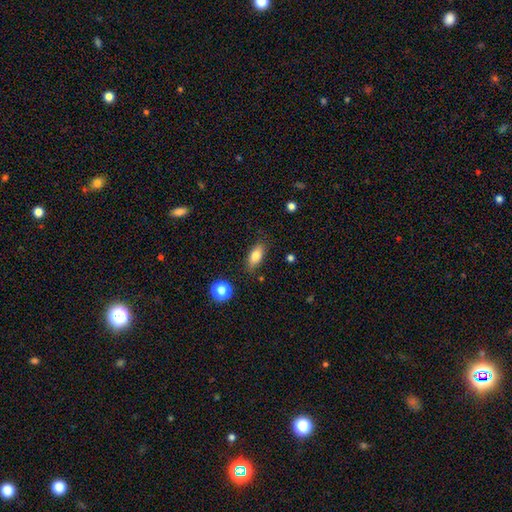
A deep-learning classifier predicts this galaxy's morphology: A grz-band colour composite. It shows a smooth galaxy with no disk features (80%) that is in between round and cigar-shaped (82%). Merging: none (80%).